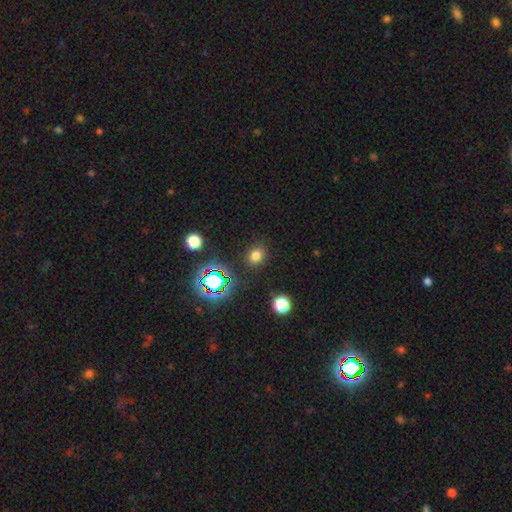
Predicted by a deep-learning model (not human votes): Q: Smooth or featured?
A: smooth (73%); runner-up: star or artifact (21%)
Q: How rounded?
A: round (64%); runner-up: in between (35%)
Q: Merging?
A: none (87%); runner-up: minor disturbance (8%)